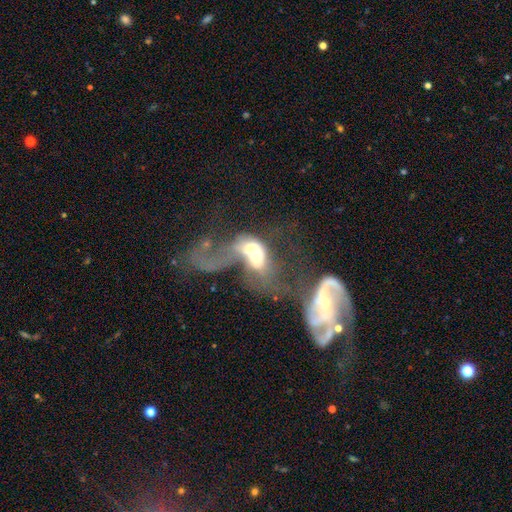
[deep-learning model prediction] smooth_or_featured: featured or disk (p=0.50) [alt: smooth p=0.38]
disk_edge_on: no (p=0.93) [alt: yes p=0.07]
merging: merger (p=0.67) [alt: major disturbance p=0.24]